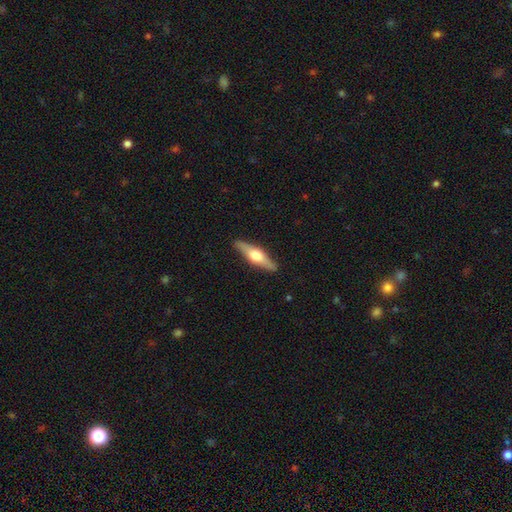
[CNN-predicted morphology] A featured or disk galaxy (61%) viewed edge-on (94%) with a rounded central bulge (93%). Merging: none (89%).